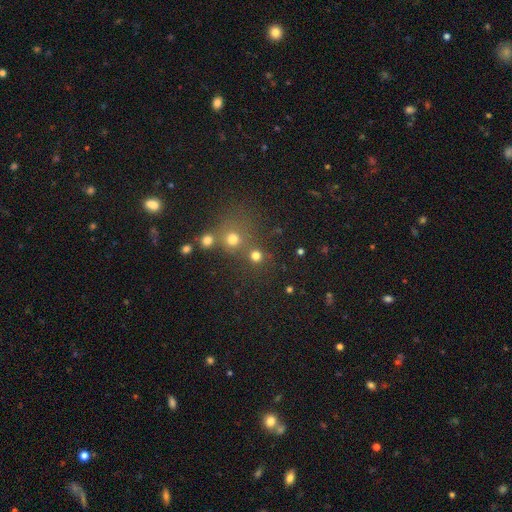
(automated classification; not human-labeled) A smooth galaxy with no disk features (74%) that is round (89%). Merging: none (65%).